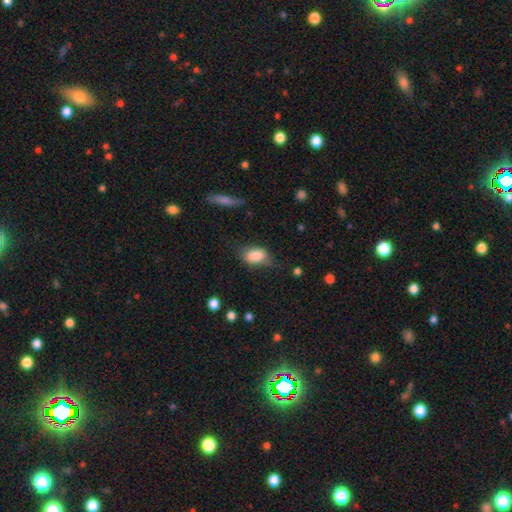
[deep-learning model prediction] smooth-or-featured: smooth: 83% | featured or disk: 9% | star or artifact: 8%
  how-rounded: in between: 86% | round: 11% | cigar-shaped: 3%
  merging: none: 56% | minor disturbance: 30% | major disturbance: 11% | merger: 2%